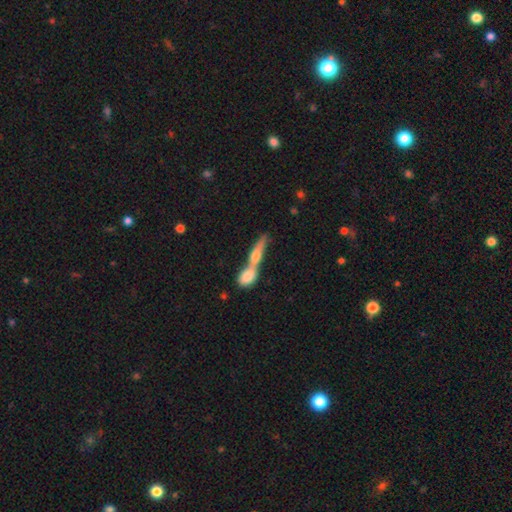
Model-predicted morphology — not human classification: Smooth or featured? smooth (60%)
How rounded? cigar-shaped (59%)
Merging? merger (69%)